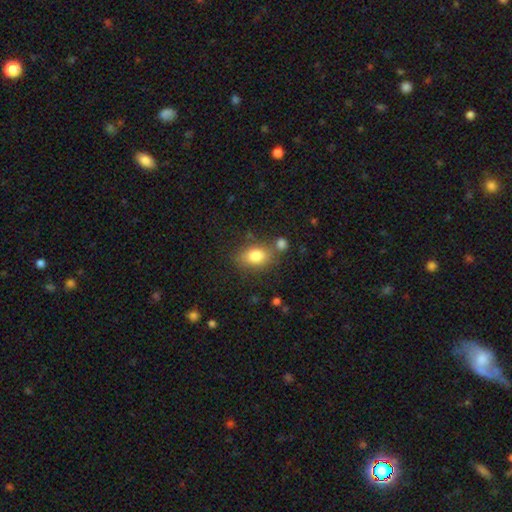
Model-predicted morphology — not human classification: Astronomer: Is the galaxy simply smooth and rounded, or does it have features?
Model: smooth — 81%.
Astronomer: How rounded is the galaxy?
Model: in between — 76%.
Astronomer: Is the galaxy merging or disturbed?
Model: none — 68%.